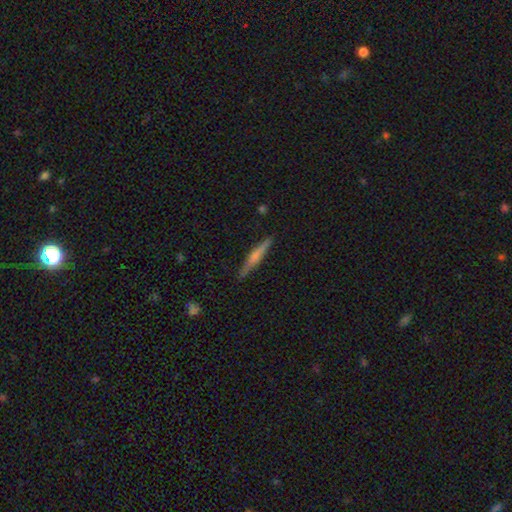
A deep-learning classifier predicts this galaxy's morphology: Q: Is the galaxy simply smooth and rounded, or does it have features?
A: featured or disk — 51%.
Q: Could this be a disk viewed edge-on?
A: yes — 97%.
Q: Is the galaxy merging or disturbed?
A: none — 89%.